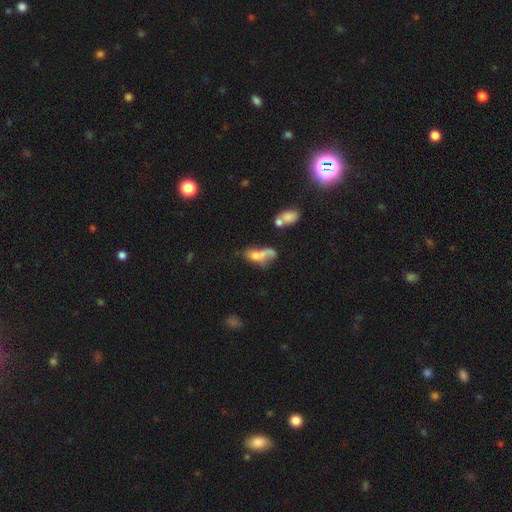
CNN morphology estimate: This is possibly a smooth galaxy (57%). How rounded: likely in between (78%). Merging: possibly merger (51%).